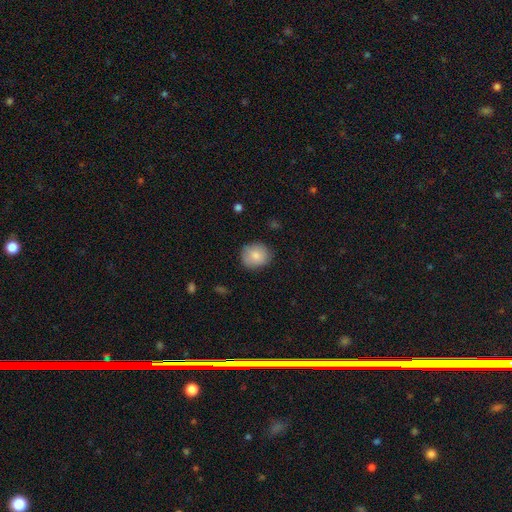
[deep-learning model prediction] Overall: smooth (83%). How rounded: round (77%). Merging: none (82%).